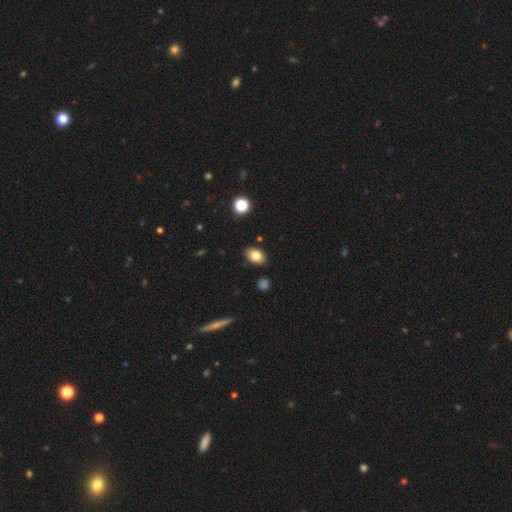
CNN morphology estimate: Smooth or featured? Predicted: smooth (p=0.81). How rounded? Predicted: in between (p=0.83). Merging? Predicted: none (p=0.87).